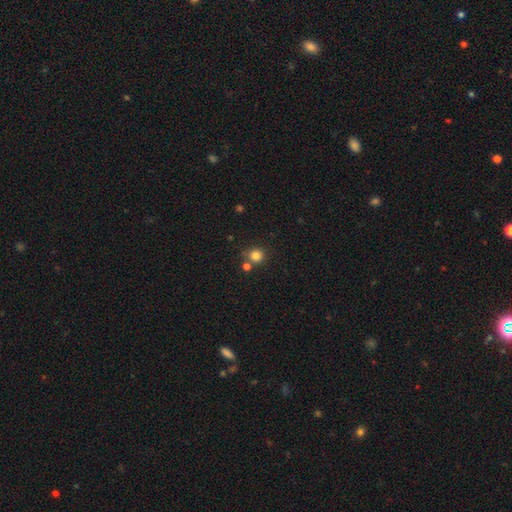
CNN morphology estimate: Smooth or featured: smooth — 81% (star or artifact — 13%)
How rounded: round — 91% (in between — 8%)
Merging: none — 72% (merger — 17%)